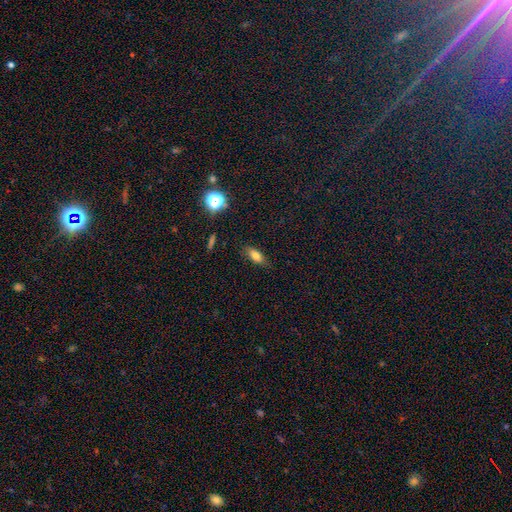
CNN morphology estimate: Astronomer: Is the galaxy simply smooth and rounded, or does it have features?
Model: smooth — 75%.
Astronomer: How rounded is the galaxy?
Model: in between — 77%.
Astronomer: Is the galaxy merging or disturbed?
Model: none — 81%.